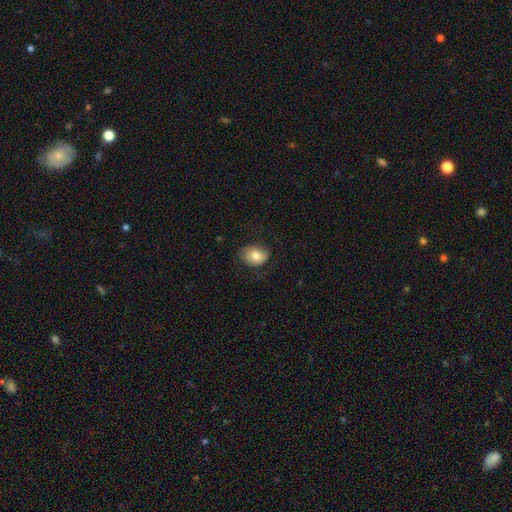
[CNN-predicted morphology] The model was most divided on "how rounded": in between: 68%, round: 31%, cigar-shaped: 1%. More confident: smooth or featured — smooth (77%); merging — none (72%).